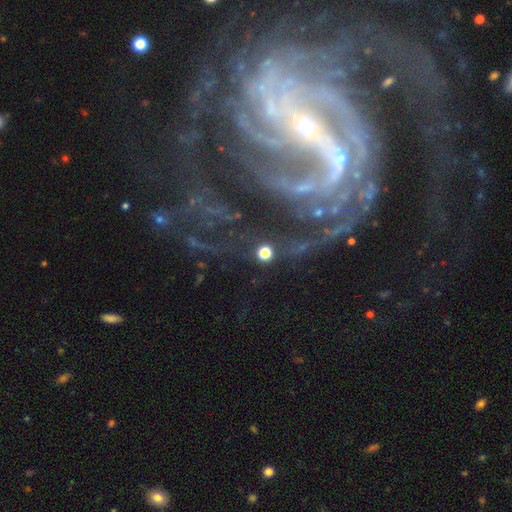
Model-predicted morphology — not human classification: smooth_or_featured: featured or disk (p=0.86) [alt: star or artifact p=0.10]
disk_edge_on: no (p=0.97) [alt: yes p=0.03]
bar: strong (p=0.45) [alt: weak p=0.29]
has_spiral_arms: yes (p=0.96) [alt: no p=0.04]
spiral_winding: tight (p=0.42) [alt: medium p=0.41]
spiral_arm_count: 2 (p=0.24) [alt: 3 p=0.19]
bulge_size: small (p=0.78) [alt: moderate p=0.15]
merging: none (p=0.49) [alt: major disturbance p=0.29]